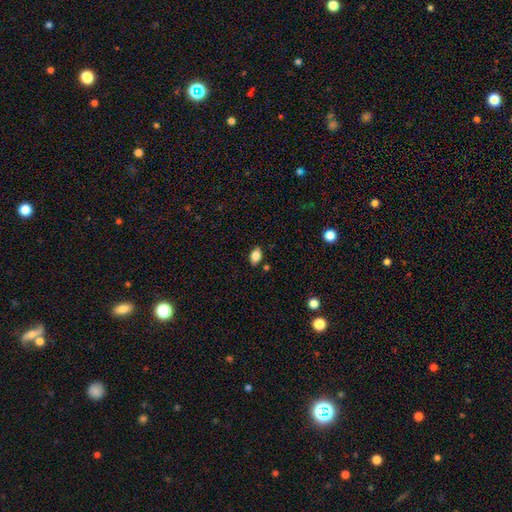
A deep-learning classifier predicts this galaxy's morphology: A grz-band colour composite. It shows a smooth galaxy with no disk features (82%) that is in between round and cigar-shaped (87%). Merging: none (84%).